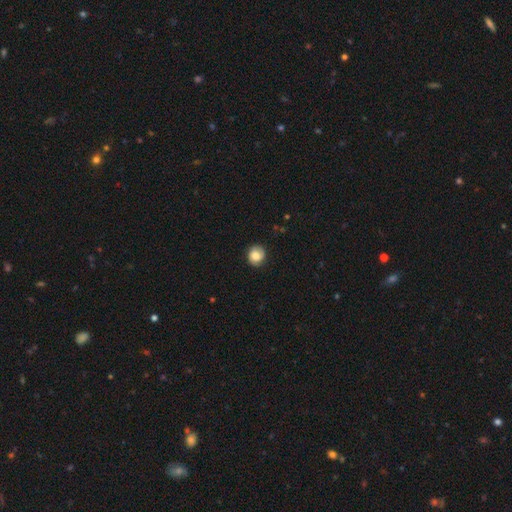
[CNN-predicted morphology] Overall: smooth (73%). How rounded: round (84%). Merging: none (82%).